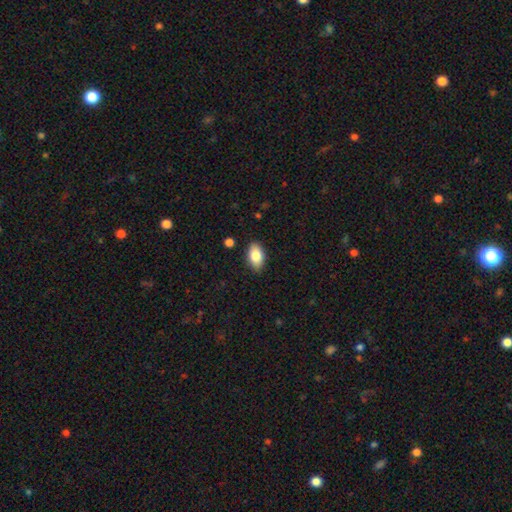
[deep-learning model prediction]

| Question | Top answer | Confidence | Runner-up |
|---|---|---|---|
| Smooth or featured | smooth | 83% | featured or disk (10%) |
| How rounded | in between | 92% | round (6%) |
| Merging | none | 87% | minor disturbance (10%) |